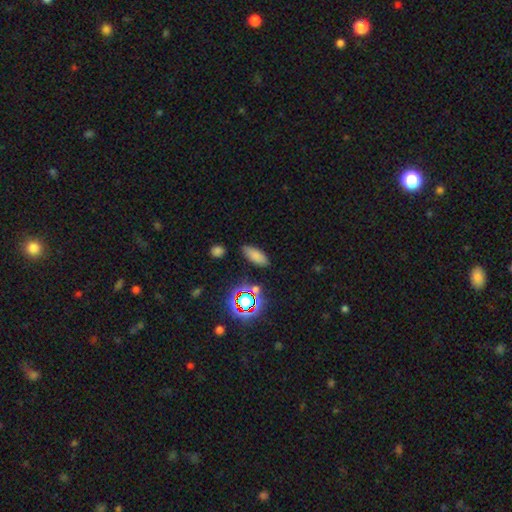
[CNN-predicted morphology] type=smooth (76%); roundness=in between (79%); merging=none (83%).